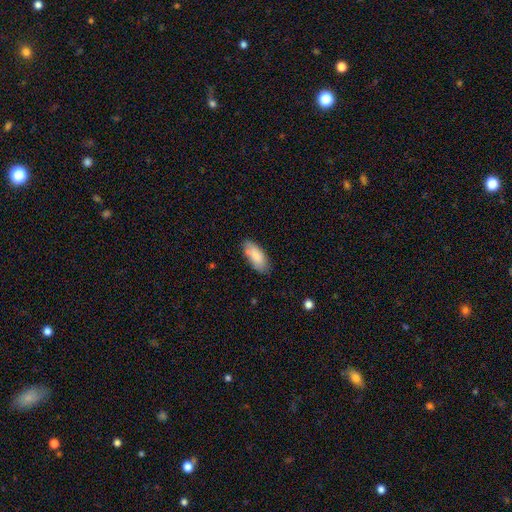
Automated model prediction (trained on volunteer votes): The model was most divided on "merging": none: 78%, minor disturbance: 17%, major disturbance: 3%, merger: 3%. More confident: smooth or featured — smooth (85%); how rounded — in between (85%).